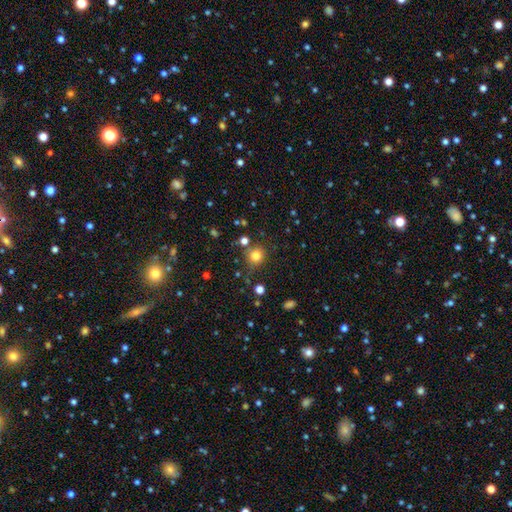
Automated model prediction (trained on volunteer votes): Smooth or featured: smooth — 80% (star or artifact — 14%)
How rounded: round — 87% (in between — 12%)
Merging: none — 77% (minor disturbance — 11%)